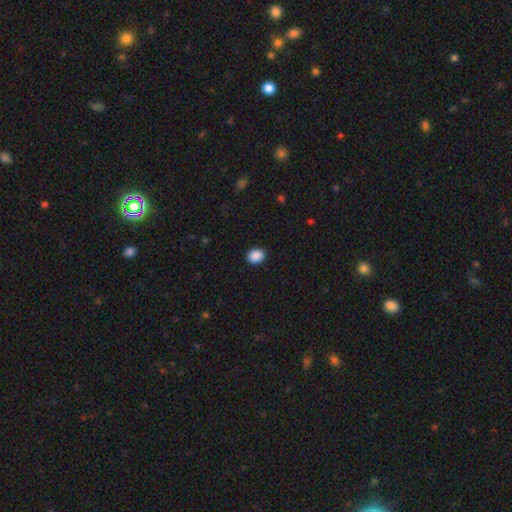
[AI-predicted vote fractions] smooth_or_featured: smooth (p=0.90) [alt: star or artifact p=0.08]
how_rounded: in between (p=0.53) [alt: round p=0.46]
merging: none (p=0.91) [alt: minor disturbance p=0.06]